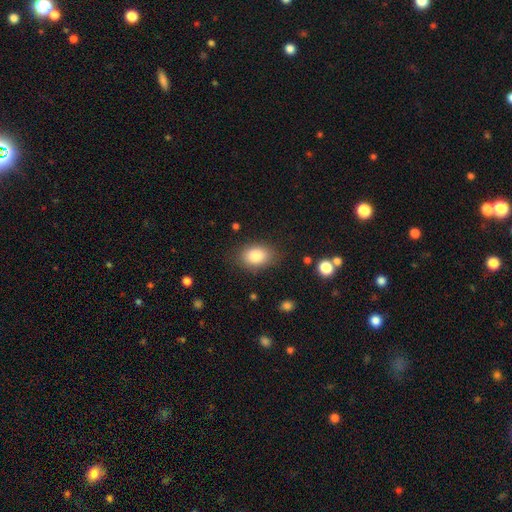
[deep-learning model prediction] smooth 85%, star or artifact 8%, featured or disk 7%. Down the decision tree: how rounded — in between (82%); merging — none (81%).